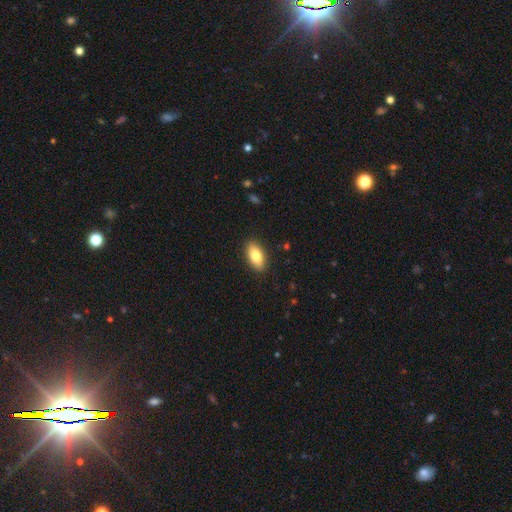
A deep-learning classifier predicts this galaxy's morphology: Smooth or featured? Predicted: smooth (p=0.81). How rounded? Predicted: in between (p=0.90). Merging? Predicted: none (p=0.89).